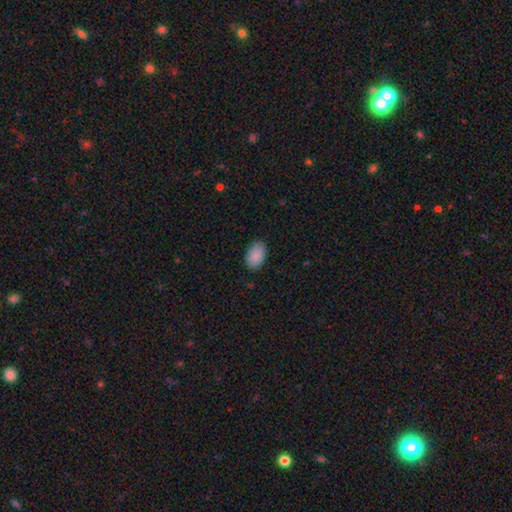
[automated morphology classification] Smooth or featured? smooth (89%)
How rounded? in between (91%)
Merging? none (86%)